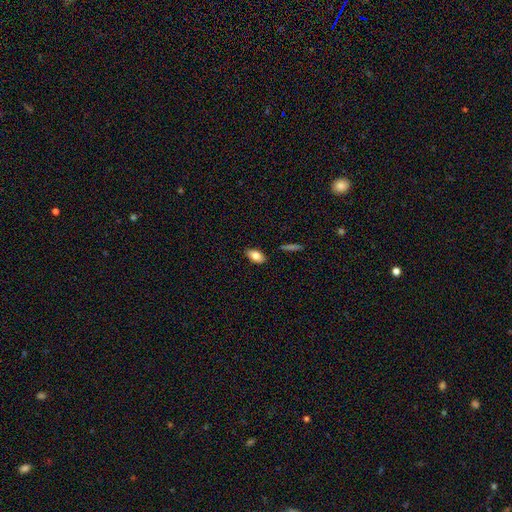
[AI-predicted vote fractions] Q: Smooth or featured?
A: smooth (82%); runner-up: featured or disk (11%)
Q: How rounded?
A: in between (91%); runner-up: round (5%)
Q: Merging?
A: none (86%); runner-up: minor disturbance (10%)